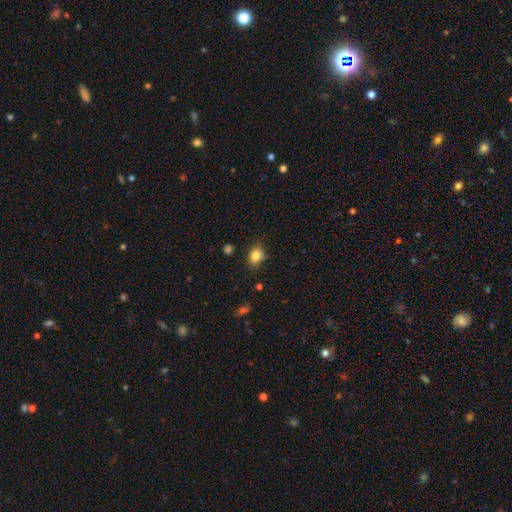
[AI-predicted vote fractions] Morphology: type=smooth (82%); roundness=in between (65%); merging=none (81%).